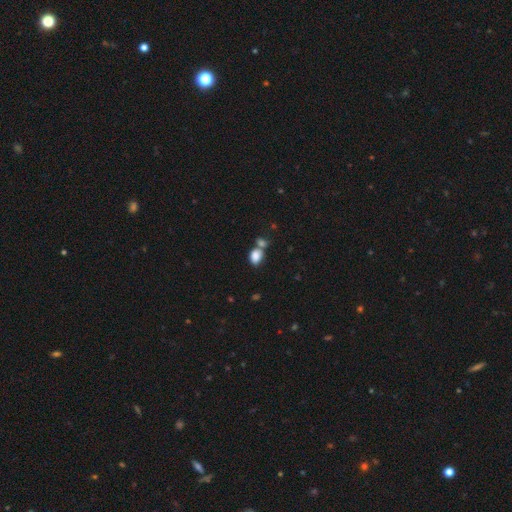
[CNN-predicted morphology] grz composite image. It shows a smooth galaxy with no disk features (85%) that is in between round and cigar-shaped (77%). Merging: merger (43%).